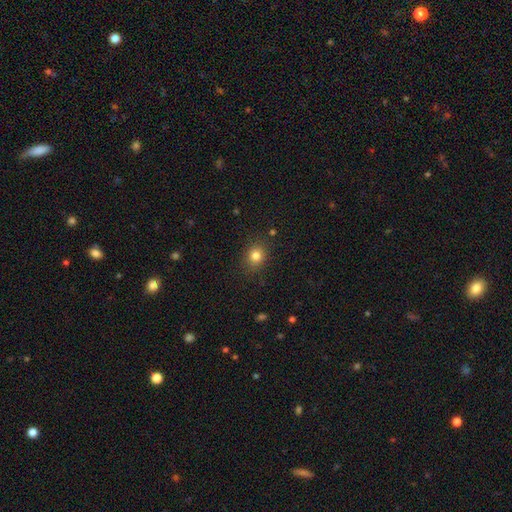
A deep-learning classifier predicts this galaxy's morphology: smooth 81%, star or artifact 12%, featured or disk 6%. Down the decision tree: how rounded — round (72%); merging — none (86%).